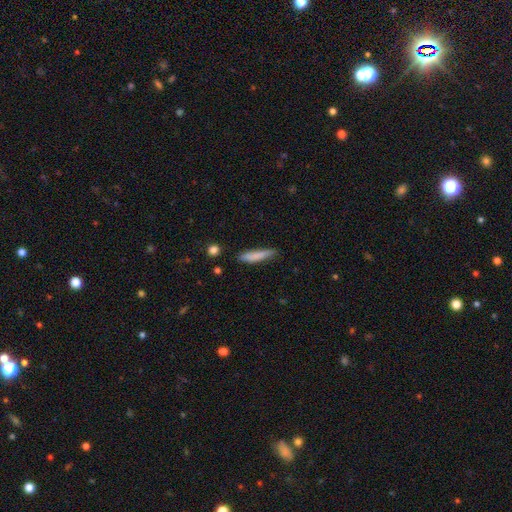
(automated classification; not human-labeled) The model was most divided on "merging": none: 72%, minor disturbance: 22%, major disturbance: 4%, merger: 2%. More confident: how rounded — cigar-shaped (84%); smooth or featured — smooth (81%).